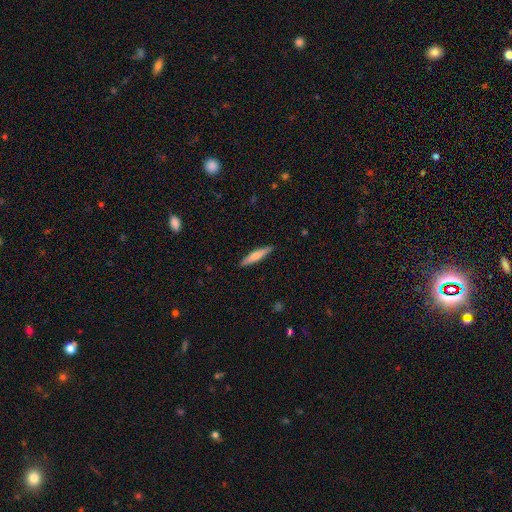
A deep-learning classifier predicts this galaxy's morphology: Smooth or featured: smooth — 66% (featured or disk — 29%)
How rounded: cigar-shaped — 89% (in between — 10%)
Merging: none — 91% (minor disturbance — 7%)